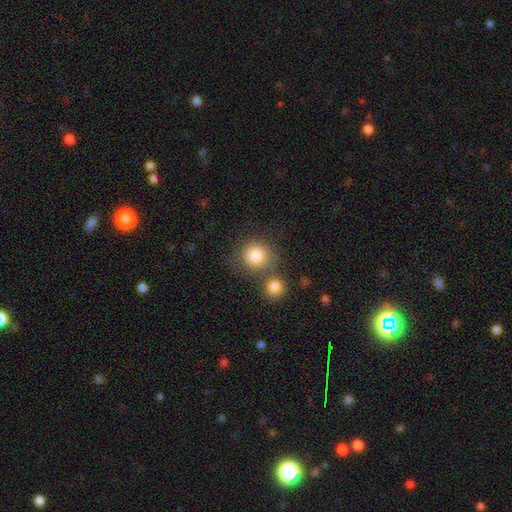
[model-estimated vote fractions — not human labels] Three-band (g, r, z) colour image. It shows a smooth galaxy with no disk features (84%) that is round (90%). Merging: none (58%).